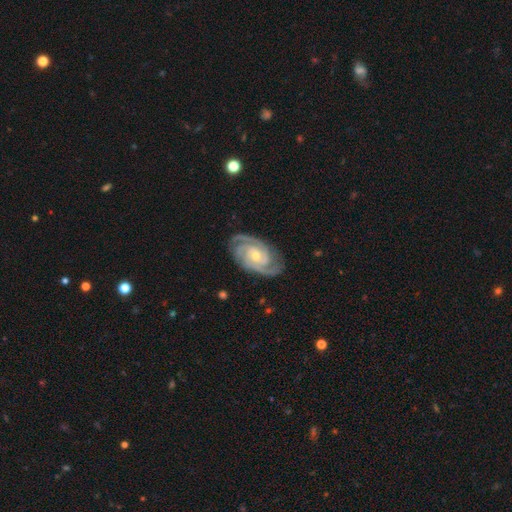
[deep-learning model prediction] This appears to be a featured or disk galaxy (92%) with no bar (66%), 3 (37%) tight (68%) spiral arms (99%) and a small central bulge (57%). Merging: none (82%).